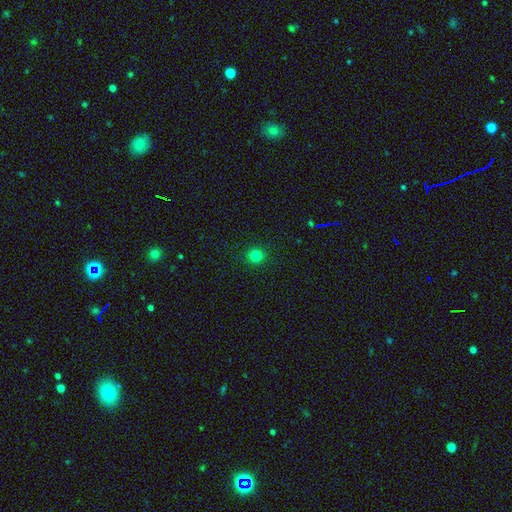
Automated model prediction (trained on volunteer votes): Overall: smooth (81%). How rounded: round (93%). Merging: none (92%).